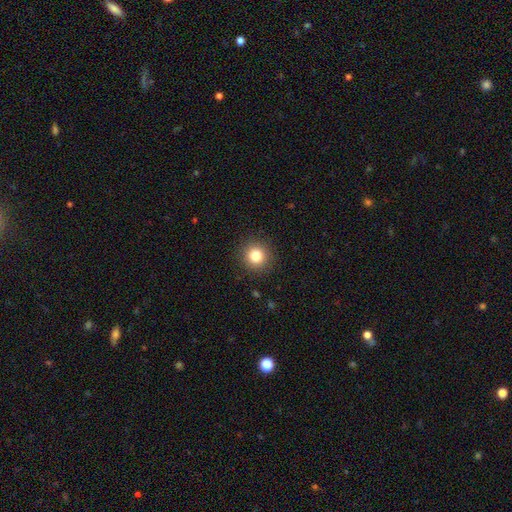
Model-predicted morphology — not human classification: A smooth galaxy with no disk features (82%) that is round (93%). Merging: none (91%).